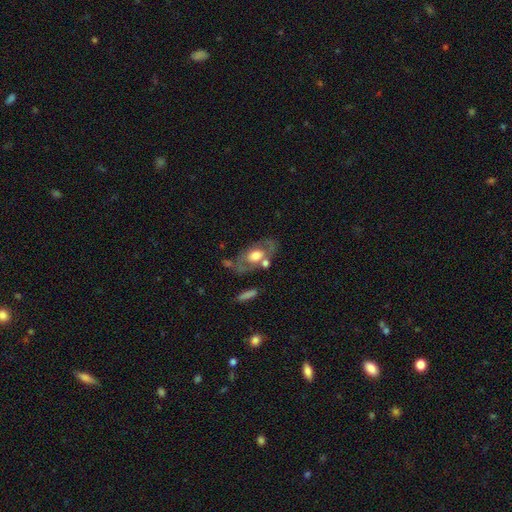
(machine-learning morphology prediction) A featured or disk galaxy (55%). Merging: none (58%).